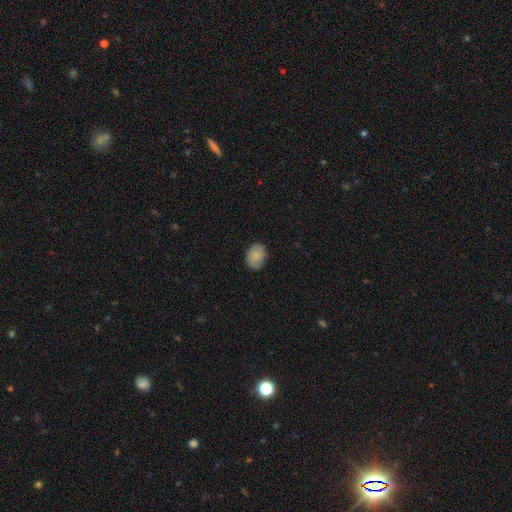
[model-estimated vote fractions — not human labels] Smooth or featured?
  - smooth: 80% *
  - featured or disk: 13%
  - star or artifact: 8%
How rounded?
  - in between: 61% *
  - round: 38%
  - cigar-shaped: 1%
Merging?
  - none: 76% *
  - minor disturbance: 19%
  - major disturbance: 4%
  - merger: 1%